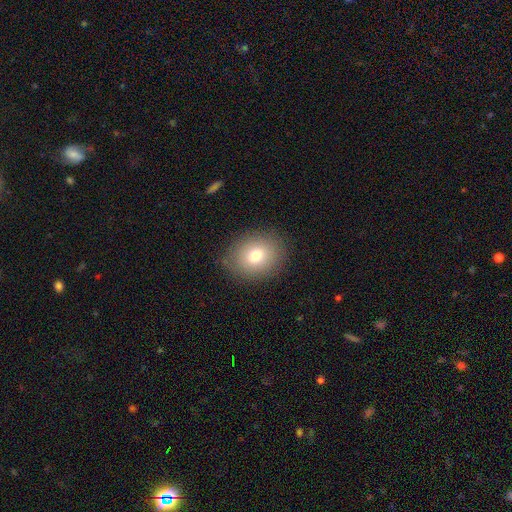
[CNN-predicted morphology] A smooth galaxy with no disk features (75%) that is round (56%).

Vote fractions:
- Smooth or featured? smooth: 75% / featured or disk: 13% / star or artifact: 11%
- How rounded? round: 56% / in between: 43% / cigar-shaped: 1%
- Merging? none: 86% / minor disturbance: 10% / major disturbance: 3% / merger: 1%